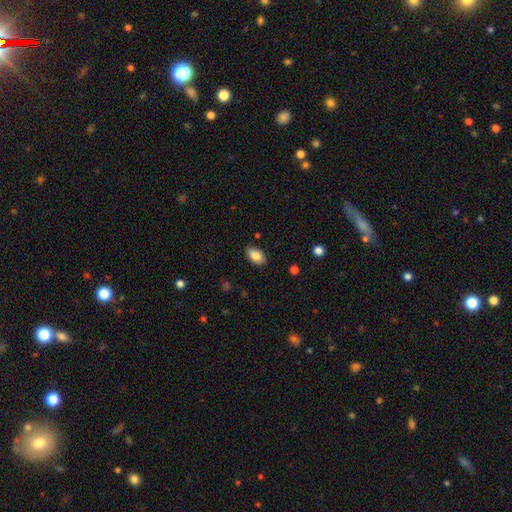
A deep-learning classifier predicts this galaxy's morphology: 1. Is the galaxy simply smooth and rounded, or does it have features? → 83% smooth, 10% featured or disk, 7% star or artifact.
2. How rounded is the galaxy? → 93% in between, 6% round, 2% cigar-shaped.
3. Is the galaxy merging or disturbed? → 85% none, 11% minor disturbance, 2% major disturbance, 1% merger.